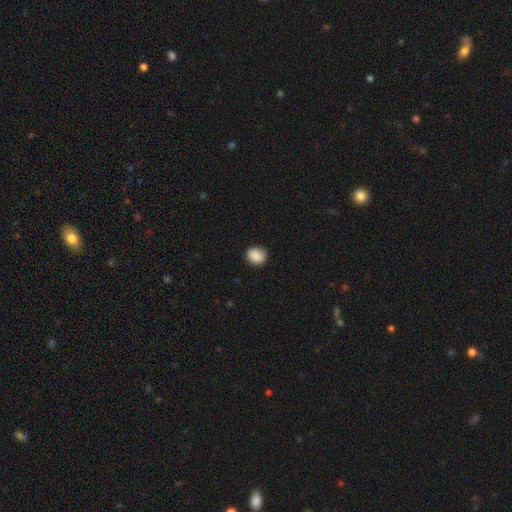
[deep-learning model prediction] A smooth galaxy with no disk features (88%) that is round (70%).

Vote fractions:
- Smooth or featured? smooth: 88% / star or artifact: 8% / featured or disk: 4%
- How rounded? round: 70% / in between: 29% / cigar-shaped: 1%
- Merging? none: 80% / minor disturbance: 16% / major disturbance: 3% / merger: 1%